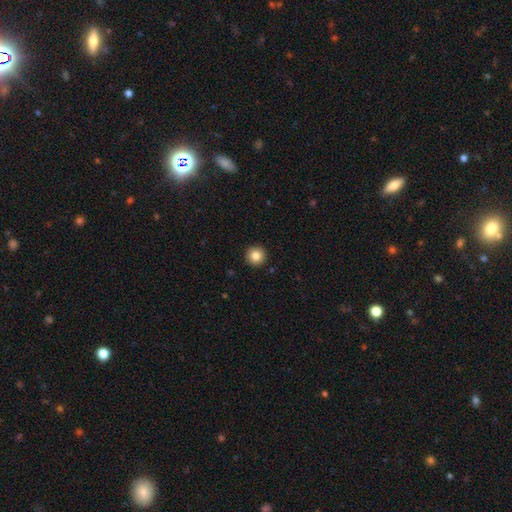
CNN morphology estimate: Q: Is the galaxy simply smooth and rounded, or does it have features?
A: smooth — 84%.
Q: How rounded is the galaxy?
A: round — 96%.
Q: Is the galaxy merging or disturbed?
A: none — 93%.